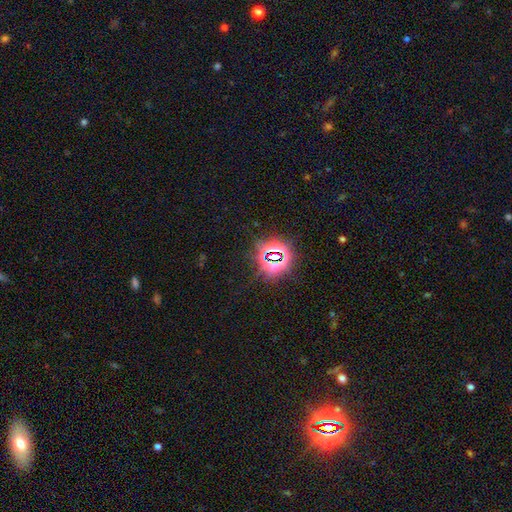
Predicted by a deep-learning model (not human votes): Smooth or featured? star or artifact (82%)